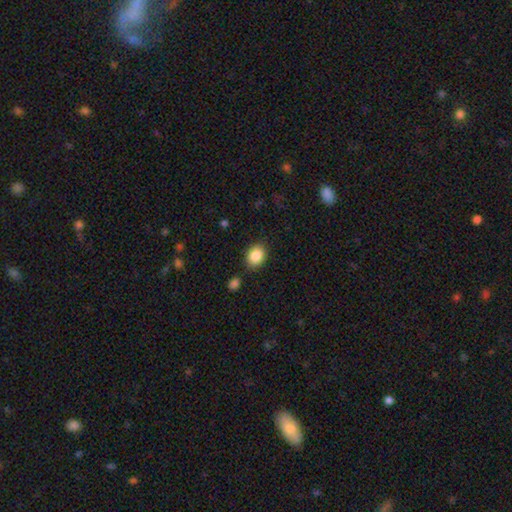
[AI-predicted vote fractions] A smooth galaxy with no disk features (87%) that is in between round and cigar-shaped (53%).

Vote fractions:
- Smooth or featured? smooth: 87% / star or artifact: 8% / featured or disk: 5%
- How rounded? in between: 53% / round: 47% / cigar-shaped: 1%
- Merging? none: 83% / minor disturbance: 11% / merger: 3% / major disturbance: 3%